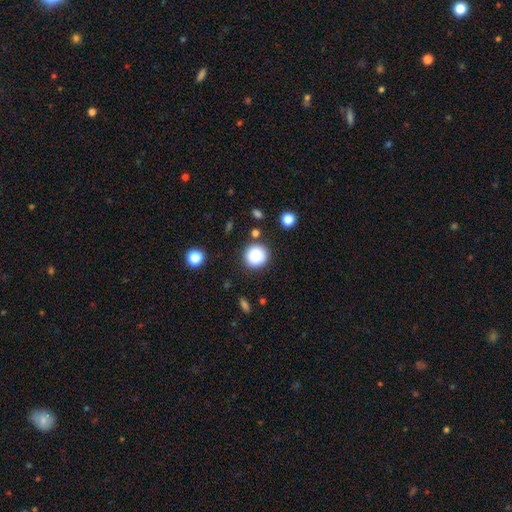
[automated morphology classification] smooth-or-featured: smooth: 86% | star or artifact: 10% | featured or disk: 4%
  how-rounded: round: 93% | in between: 6% | cigar-shaped: 1%
  merging: none: 85% | minor disturbance: 8% | merger: 3% | major disturbance: 3%